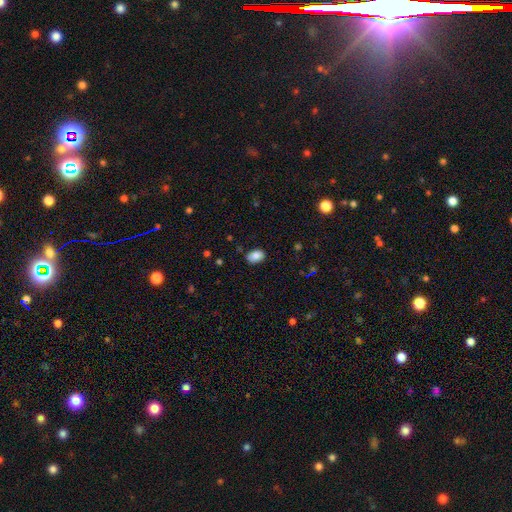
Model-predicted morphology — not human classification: This appears to be a smooth galaxy with no disk features (84%) that is in between round and cigar-shaped (83%). Merging: none (81%).